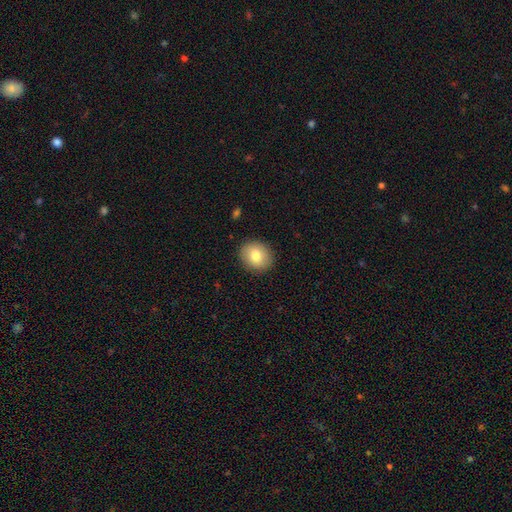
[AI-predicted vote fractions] Smooth or featured? smooth (80%)
How rounded? round (66%)
Merging? none (89%)